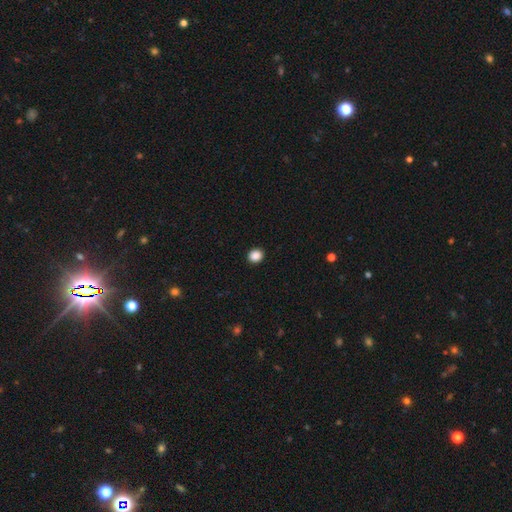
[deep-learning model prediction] This is clearly a smooth galaxy (88%). How rounded: likely round (78%). Merging: clearly none (93%).